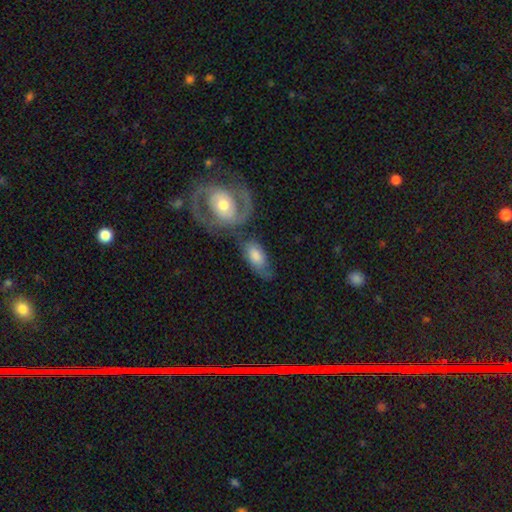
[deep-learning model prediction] Morphology: type=smooth (55%); roundness=in between (89%); merging=none (41%).